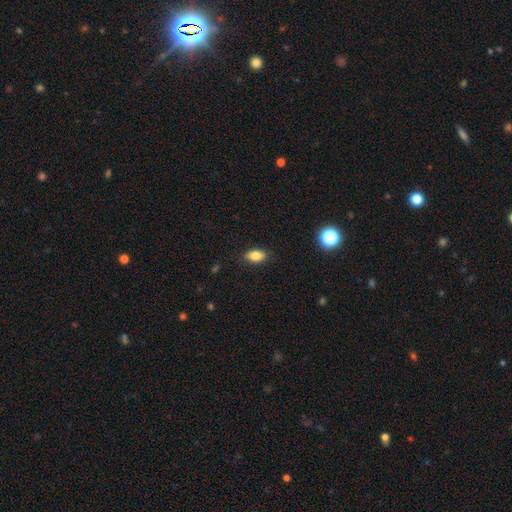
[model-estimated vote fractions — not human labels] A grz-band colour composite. It shows a smooth galaxy with no disk features (82%) that is in between round and cigar-shaped (89%). Merging: none (87%).